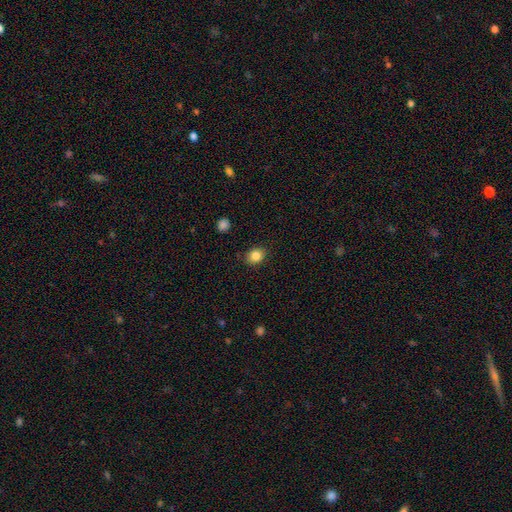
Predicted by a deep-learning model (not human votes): This appears to be a smooth galaxy with no disk features (85%) that is round (56%). Merging: none (86%).